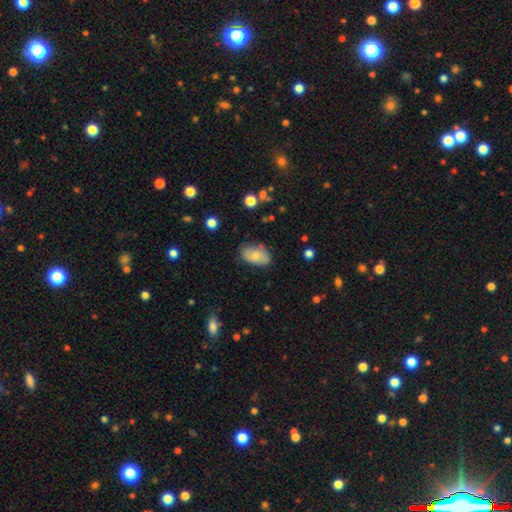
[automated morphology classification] A smooth galaxy with no disk features (70%) that is in between round and cigar-shaped (92%). Merging: none (71%).